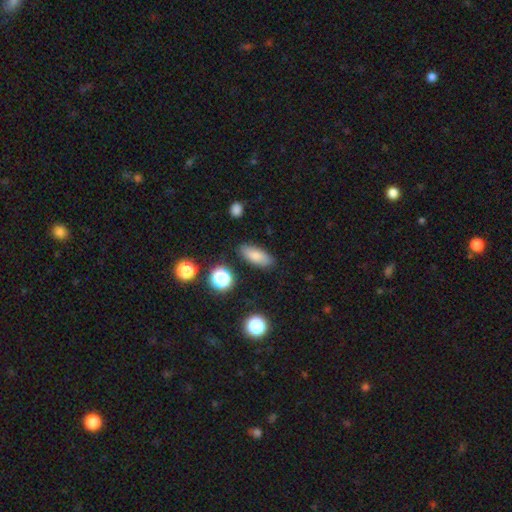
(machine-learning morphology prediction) Smooth or featured? Predicted: smooth (p=0.80). How rounded? Predicted: in between (p=0.76). Merging? Predicted: none (p=0.85).